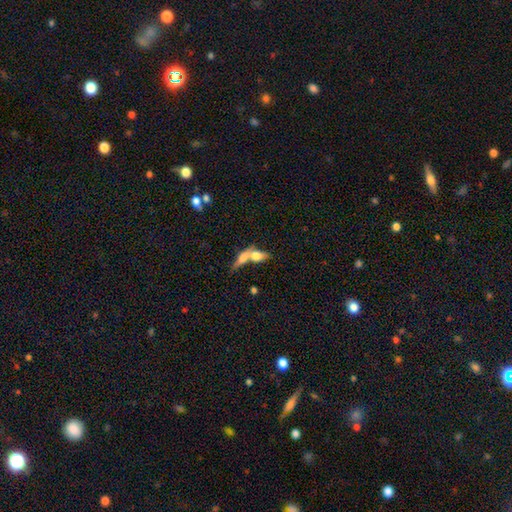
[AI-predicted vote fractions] Q: Smooth or featured?
A: smooth (65%); runner-up: featured or disk (27%)
Q: How rounded?
A: in between (69%); runner-up: cigar-shaped (19%)
Q: Merging?
A: merger (70%); runner-up: none (18%)